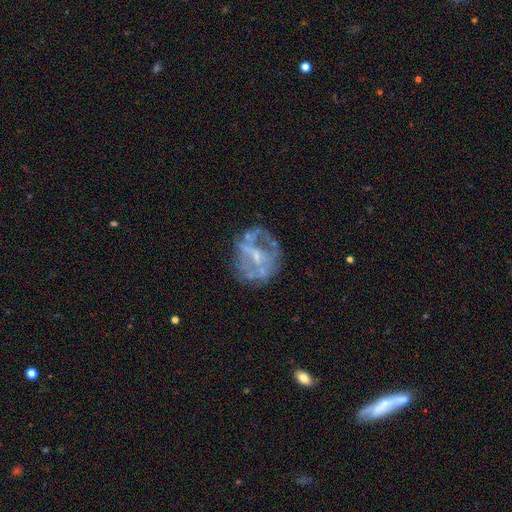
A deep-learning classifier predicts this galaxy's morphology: A featured or disk galaxy (71%) with no bar (54%), no spiral arms (74%) and a small central bulge (42%). Merging: none (54%).